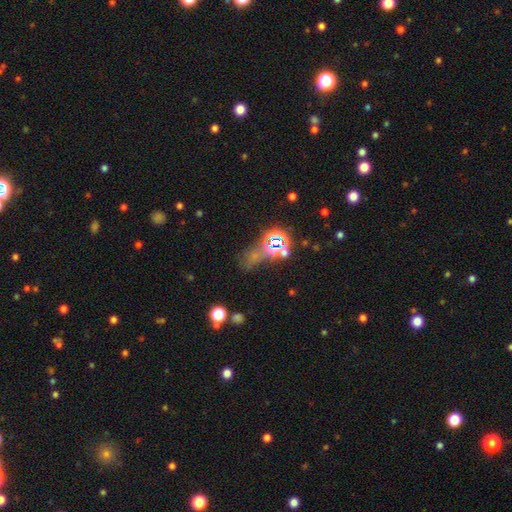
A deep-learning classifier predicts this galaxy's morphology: This appears to be a star or artifact, not a galaxy (60%).